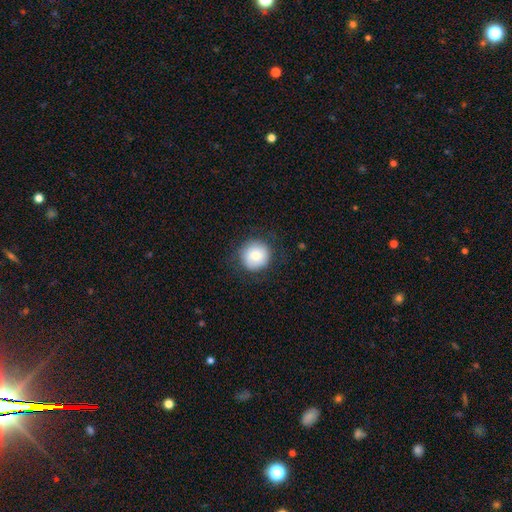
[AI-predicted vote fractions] A smooth galaxy with no disk features (78%) that is round (94%).

Vote fractions:
- Smooth or featured? smooth: 78% / featured or disk: 14% / star or artifact: 8%
- How rounded? round: 94% / in between: 5% / cigar-shaped: 1%
- Merging? none: 83% / minor disturbance: 12% / major disturbance: 5% / merger: 1%